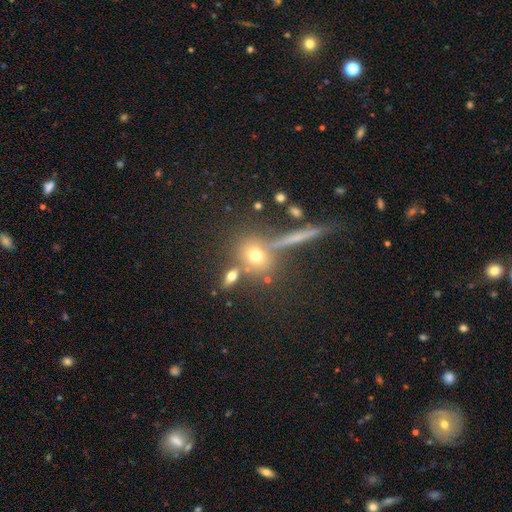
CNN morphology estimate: A smooth galaxy with no disk features (64%) that is round (66%). Merging: none (67%).